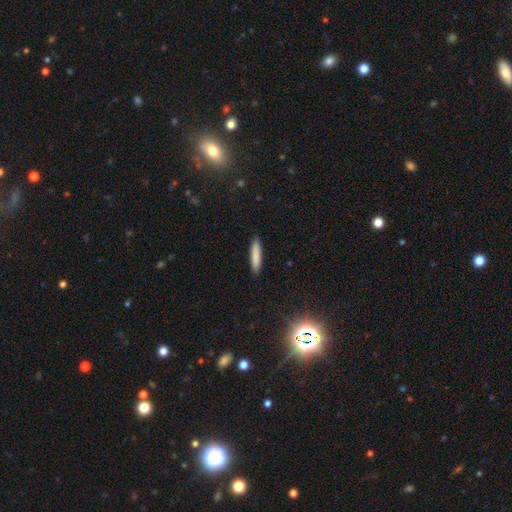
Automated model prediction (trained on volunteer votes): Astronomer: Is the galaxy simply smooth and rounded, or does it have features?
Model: smooth — 85%.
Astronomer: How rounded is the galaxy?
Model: cigar-shaped — 88%.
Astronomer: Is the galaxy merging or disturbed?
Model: none — 91%.